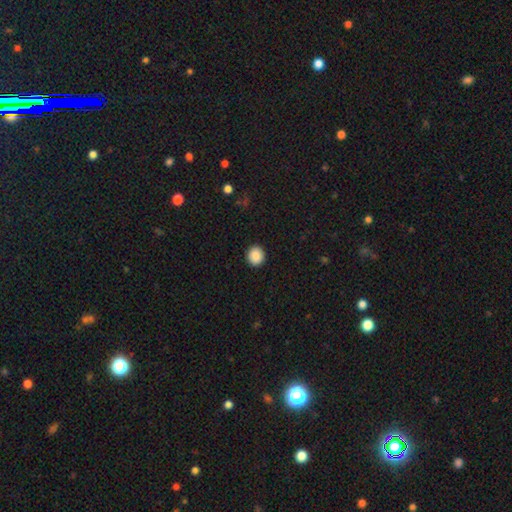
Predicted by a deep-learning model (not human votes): Smooth or featured?
  - smooth: 89% *
  - star or artifact: 8%
  - featured or disk: 3%
How rounded?
  - round: 86% *
  - in between: 13%
  - cigar-shaped: 1%
Merging?
  - none: 92% *
  - minor disturbance: 5%
  - major disturbance: 2%
  - merger: 1%